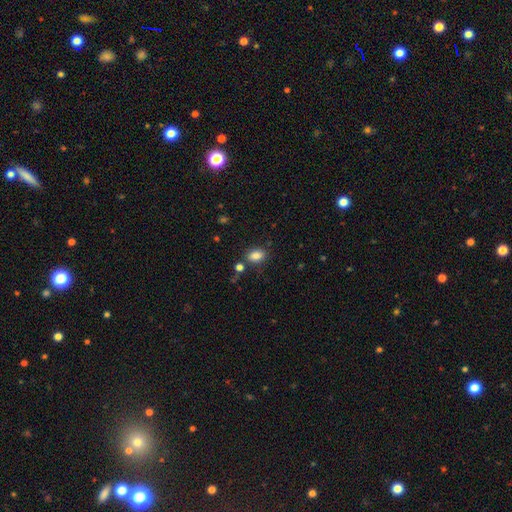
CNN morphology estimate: This appears to be a smooth galaxy with no disk features (85%) that is in between round and cigar-shaped (82%). Merging: none (77%).